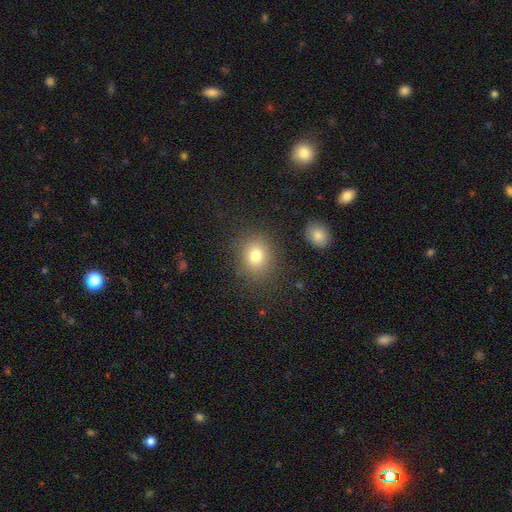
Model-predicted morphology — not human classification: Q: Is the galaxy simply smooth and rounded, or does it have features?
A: smooth — 79%.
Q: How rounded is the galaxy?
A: round — 65%.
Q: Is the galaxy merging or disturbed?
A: none — 83%.